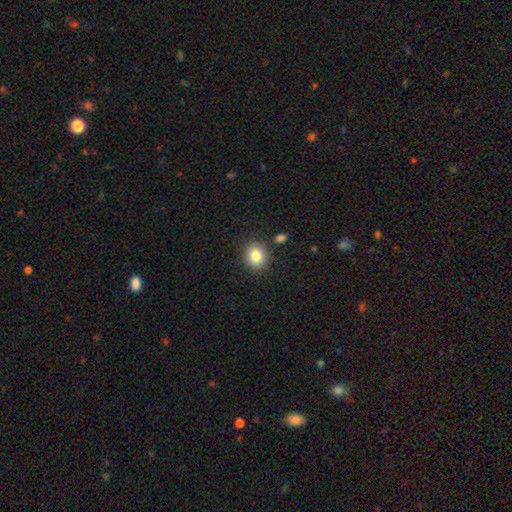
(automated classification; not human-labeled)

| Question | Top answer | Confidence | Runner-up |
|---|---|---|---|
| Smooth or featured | smooth | 83% | star or artifact (10%) |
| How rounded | round | 80% | in between (19%) |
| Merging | none | 85% | minor disturbance (8%) |